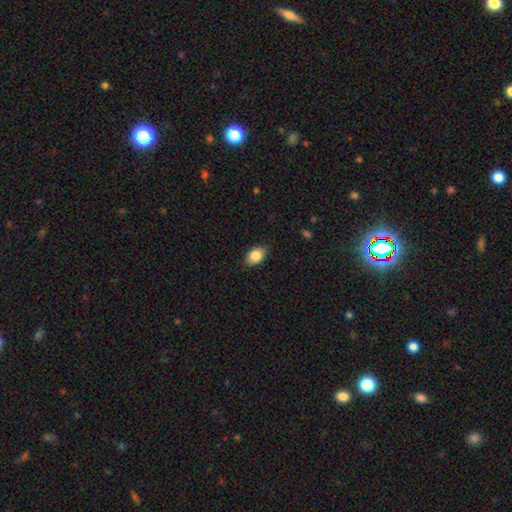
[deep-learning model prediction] smooth-or-featured: smooth: 86% | star or artifact: 8% | featured or disk: 6%
  how-rounded: in between: 82% | round: 16% | cigar-shaped: 1%
  merging: none: 84% | minor disturbance: 13% | major disturbance: 2% | merger: 1%